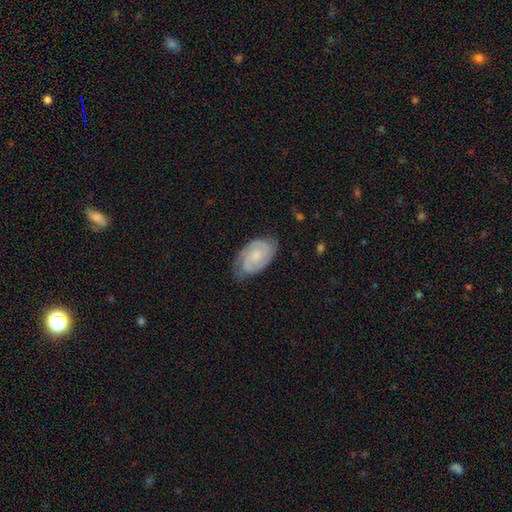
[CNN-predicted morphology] This appears to be a featured or disk galaxy (77%) with no bar (64%), 2 (78%) tight (62%) spiral arms (96%) and a small central bulge (45%). Merging: none (72%).